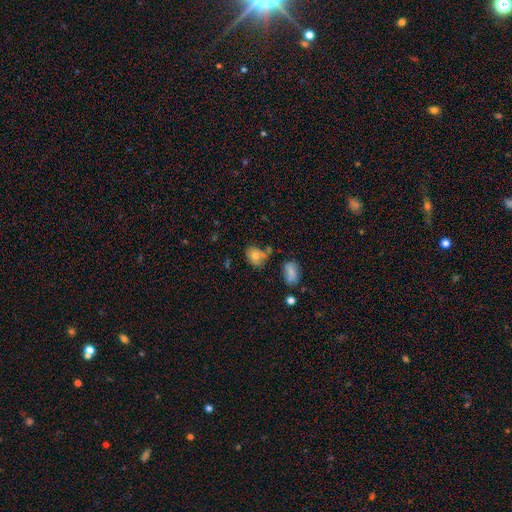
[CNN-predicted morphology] The model was most divided on "how rounded": in between: 54%, round: 44%, cigar-shaped: 1%. More confident: smooth or featured — smooth (73%); merging — none (54%).